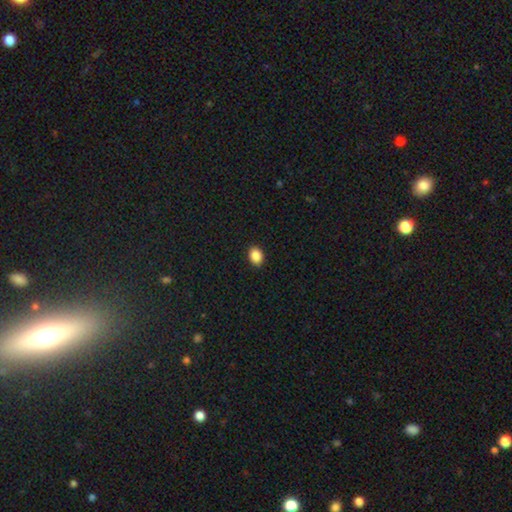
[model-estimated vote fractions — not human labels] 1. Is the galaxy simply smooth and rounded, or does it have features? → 88% smooth, 9% star or artifact, 3% featured or disk.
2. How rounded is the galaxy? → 69% in between, 30% round, 1% cigar-shaped.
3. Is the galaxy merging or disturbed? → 91% none, 6% minor disturbance, 2% major disturbance, 1% merger.